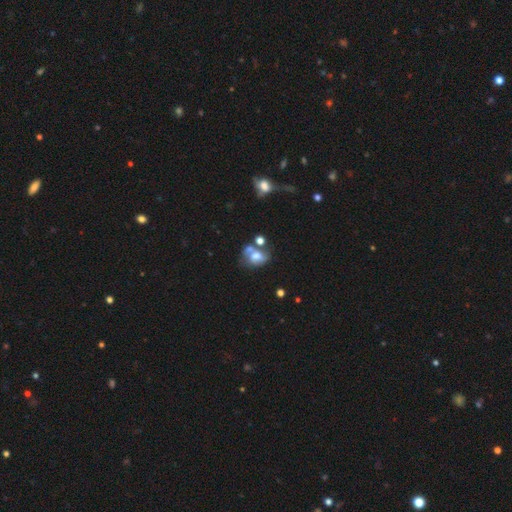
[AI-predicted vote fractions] This is possibly a smooth galaxy (49%). Merging: marginally merger (37%).